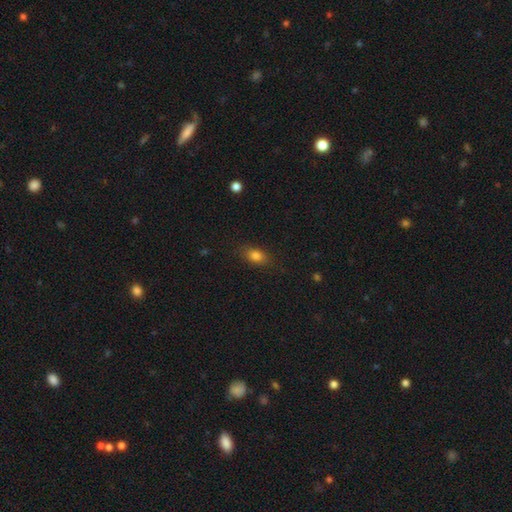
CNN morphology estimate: This appears to be a smooth galaxy with no disk features (81%) that is in between round and cigar-shaped (80%). Merging: none (83%).